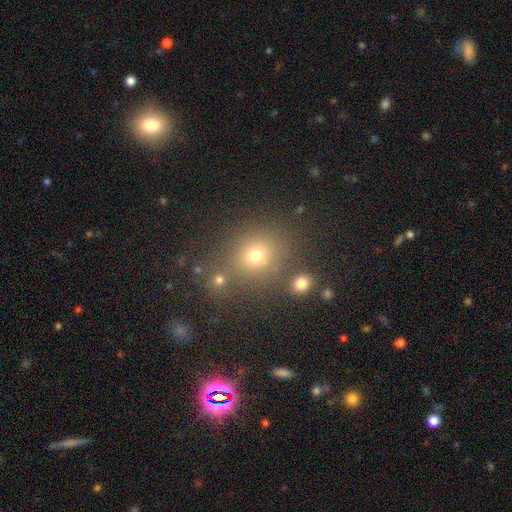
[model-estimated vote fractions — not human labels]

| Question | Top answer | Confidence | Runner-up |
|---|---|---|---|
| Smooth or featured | smooth | 68% | star or artifact (22%) |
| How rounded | round | 75% | in between (24%) |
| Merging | none | 70% | merger (14%) |